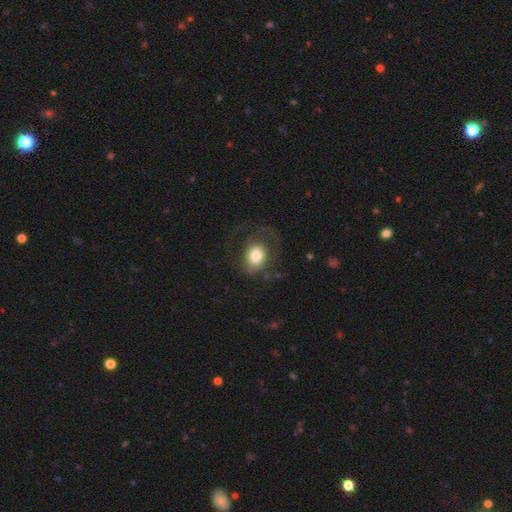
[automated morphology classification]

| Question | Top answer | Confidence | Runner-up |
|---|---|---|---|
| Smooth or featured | smooth | 67% | featured or disk (24%) |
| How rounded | round | 57% | in between (42%) |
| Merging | none | 50% | major disturbance (29%) |